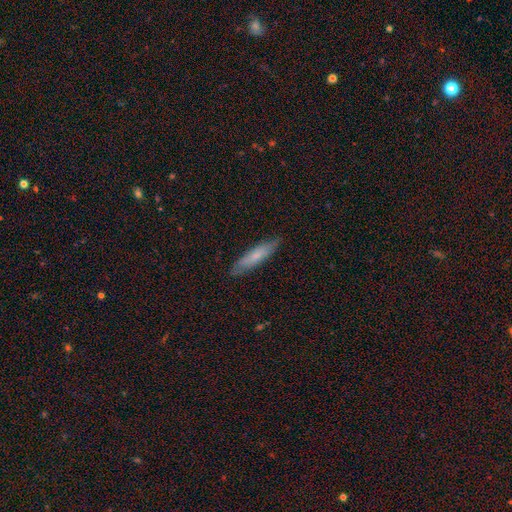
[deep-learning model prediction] smooth_or_featured: smooth (p=0.67) [alt: featured or disk p=0.27]
how_rounded: cigar-shaped (p=0.80) [alt: in between p=0.18]
merging: none (p=0.86) [alt: minor disturbance p=0.11]